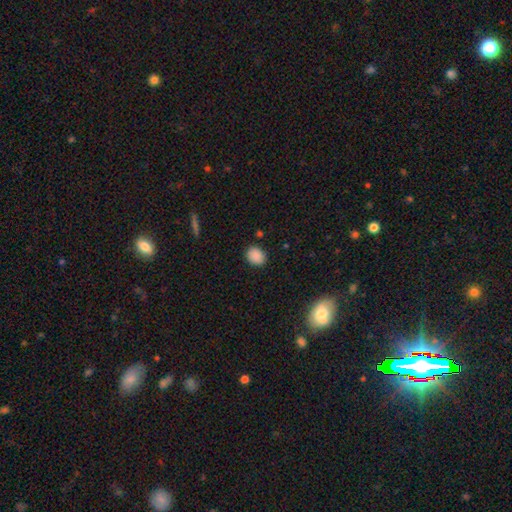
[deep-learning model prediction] A smooth galaxy with no disk features (88%) that is round (55%).

Vote fractions:
- Smooth or featured? smooth: 88% / star or artifact: 9% / featured or disk: 3%
- How rounded? round: 55% / in between: 44% / cigar-shaped: 1%
- Merging? none: 87% / minor disturbance: 9% / major disturbance: 2% / merger: 2%